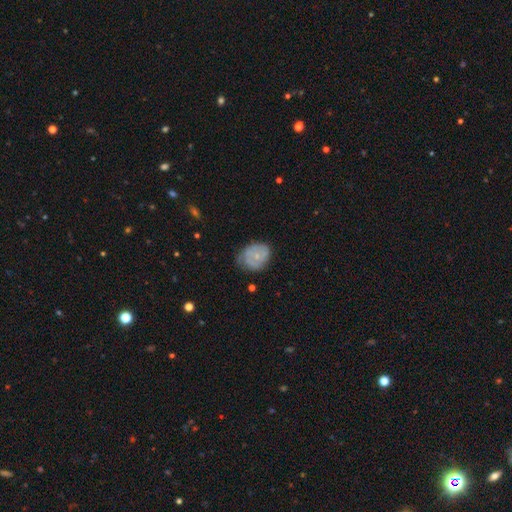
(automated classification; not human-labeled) Smooth or featured? Predicted: featured or disk (p=0.49). Merging? Predicted: none (p=0.56).